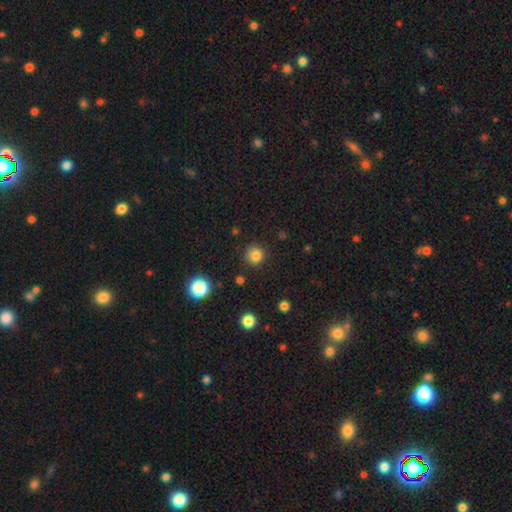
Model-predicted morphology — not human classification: smooth-or-featured: smooth: 83% | star or artifact: 13% | featured or disk: 4%
  how-rounded: round: 92% | in between: 7% | cigar-shaped: 1%
  merging: none: 88% | minor disturbance: 8% | major disturbance: 3% | merger: 2%